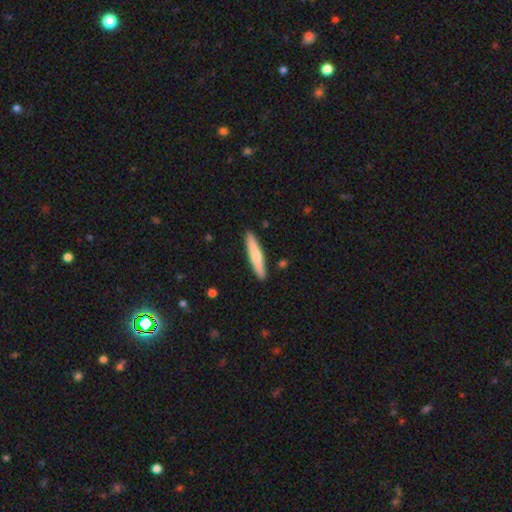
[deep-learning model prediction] This appears to be a smooth galaxy with no disk features (66%) that is cigar-shaped (93%). Merging: none (90%).